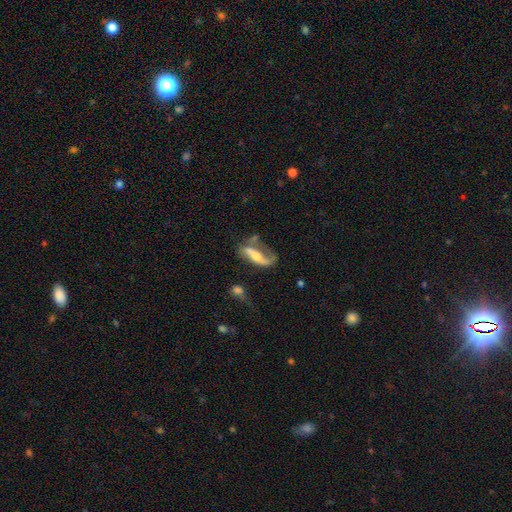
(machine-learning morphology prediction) Smooth or featured: featured or disk — 64% (smooth — 29%)
Edge-on disk: no — 79% (yes — 21%)
Bar: no — 38% (strong — 36%)
Spiral arms: yes — 73% (no — 27%)
Bulge size: moderate — 53% (small — 32%)
Merging: none — 37% (major disturbance — 28%)